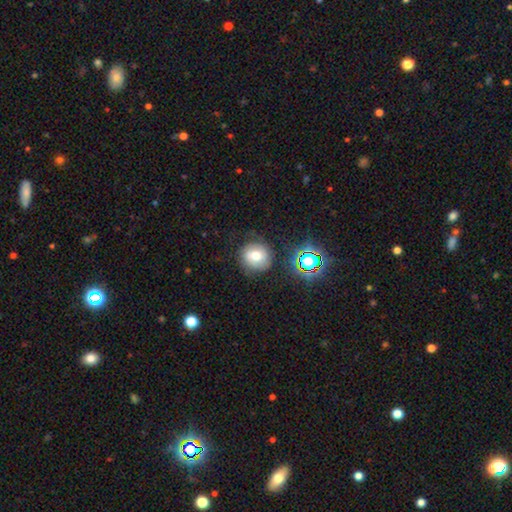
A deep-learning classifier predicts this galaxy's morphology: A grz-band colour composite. It shows a smooth galaxy with no disk features (61%) that is round (87%). Merging: none (73%).